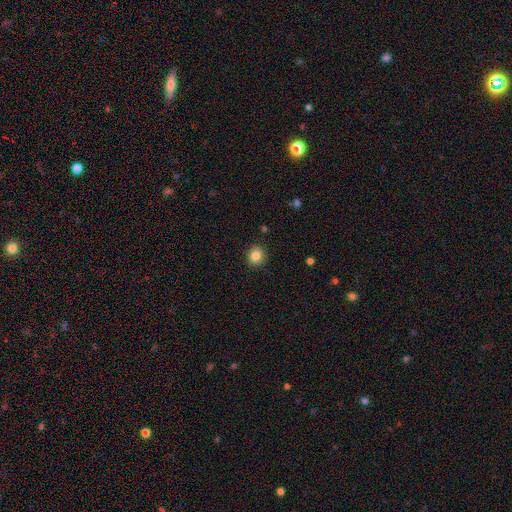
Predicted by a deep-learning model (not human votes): This appears to be a smooth galaxy with no disk features (84%) that is round (86%). Merging: none (91%).